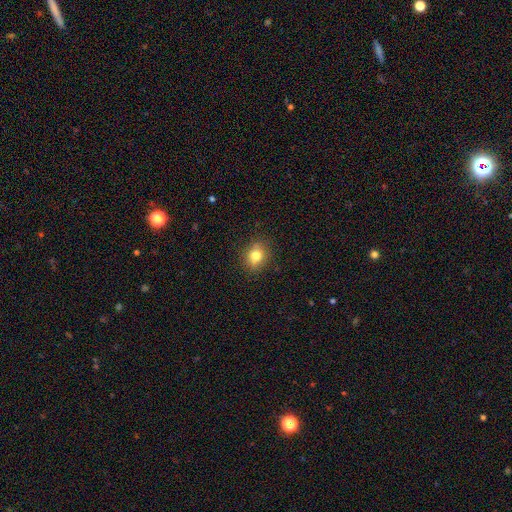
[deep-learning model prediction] Morphology: type=smooth (77%); roundness=round (66%); merging=none (86%).